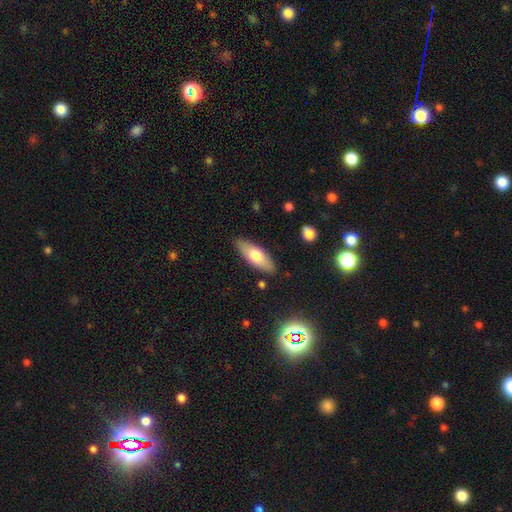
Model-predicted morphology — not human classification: smooth_or_featured: smooth (p=0.66) [alt: featured or disk p=0.28]
how_rounded: in between (p=0.71) [alt: cigar-shaped p=0.27]
merging: none (p=0.86) [alt: minor disturbance p=0.10]